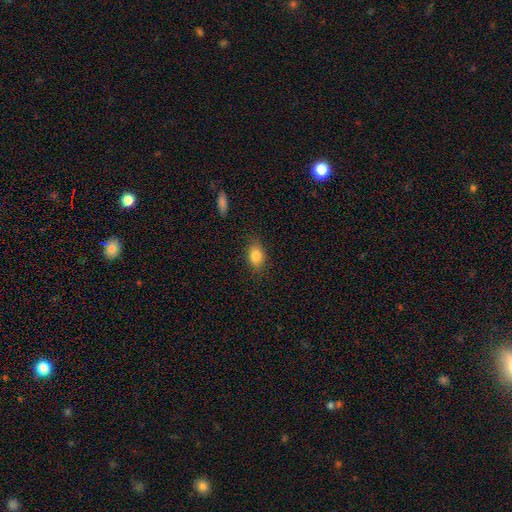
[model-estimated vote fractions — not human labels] Smooth or featured?
  - smooth: 82% *
  - featured or disk: 9%
  - star or artifact: 9%
How rounded?
  - in between: 81% *
  - round: 17%
  - cigar-shaped: 3%
Merging?
  - none: 82% *
  - minor disturbance: 13%
  - major disturbance: 3%
  - merger: 1%